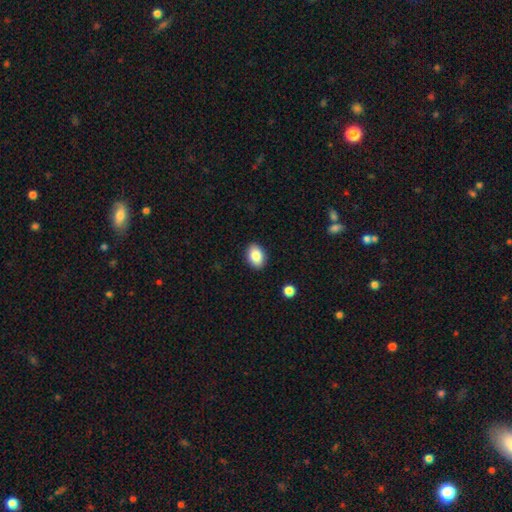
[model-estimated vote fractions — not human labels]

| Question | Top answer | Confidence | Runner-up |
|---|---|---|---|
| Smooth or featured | smooth | 86% | star or artifact (8%) |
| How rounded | in between | 80% | round (18%) |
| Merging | none | 90% | minor disturbance (7%) |